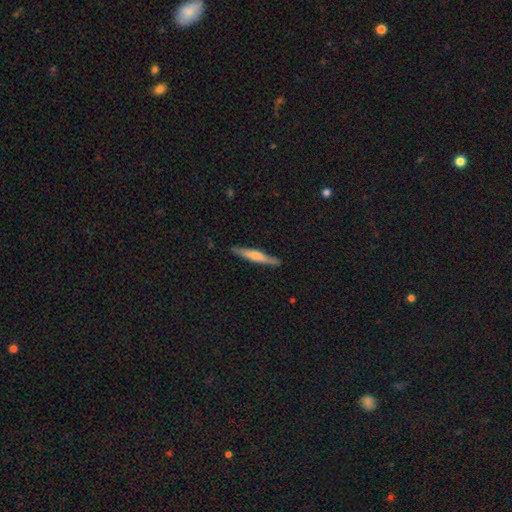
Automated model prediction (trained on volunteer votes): Smooth or featured?
  - smooth: 52% *
  - featured or disk: 43%
  - star or artifact: 5%
How rounded?
  - cigar-shaped: 94% *
  - in between: 5%
  - round: 1%
Merging?
  - none: 87% *
  - minor disturbance: 10%
  - major disturbance: 2%
  - merger: 1%